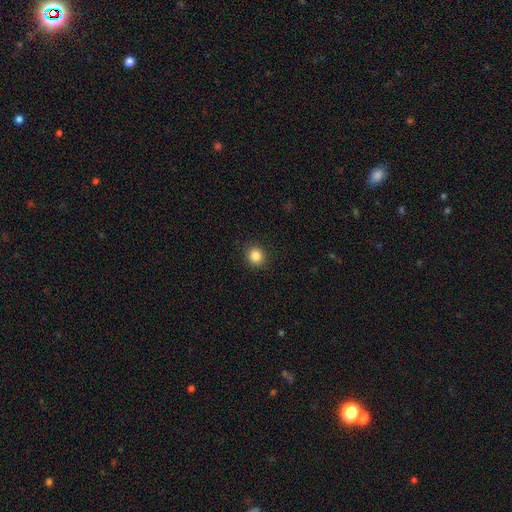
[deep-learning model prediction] Overall: smooth (86%). How rounded: round (87%). Merging: none (91%).